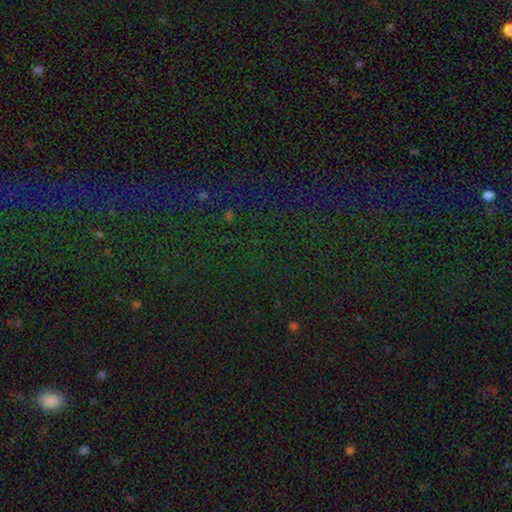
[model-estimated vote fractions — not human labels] This appears to be a star or artifact, not a galaxy (81%).